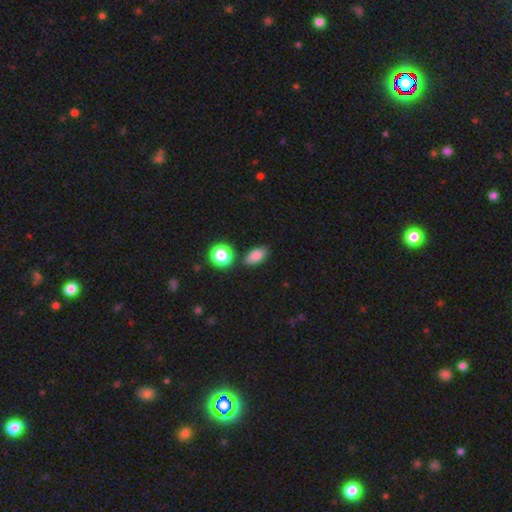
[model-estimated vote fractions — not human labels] Smooth or featured? smooth (84%)
How rounded? in between (85%)
Merging? none (77%)